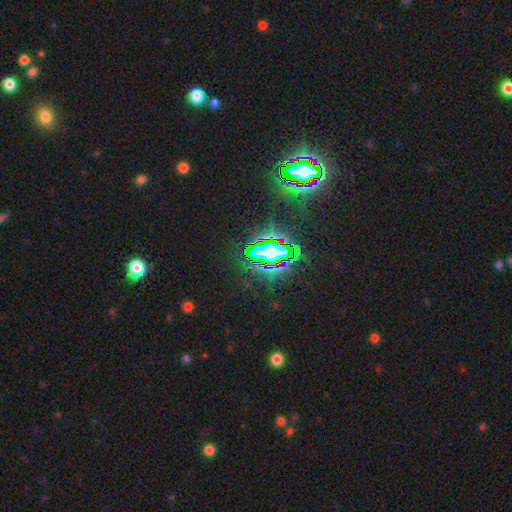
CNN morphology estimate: star or artifact 83%, smooth 10%, featured or disk 7%.